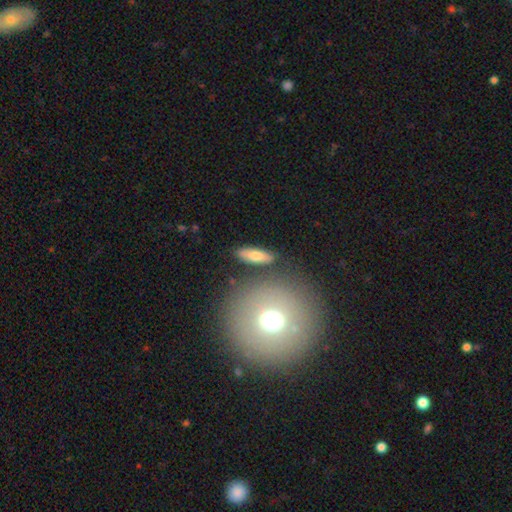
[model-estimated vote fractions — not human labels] smooth-or-featured: smooth: 66% | featured or disk: 25% | star or artifact: 9%
  how-rounded: in between: 49% | cigar-shaped: 45% | round: 7%
  merging: none: 82% | minor disturbance: 10% | merger: 5% | major disturbance: 3%